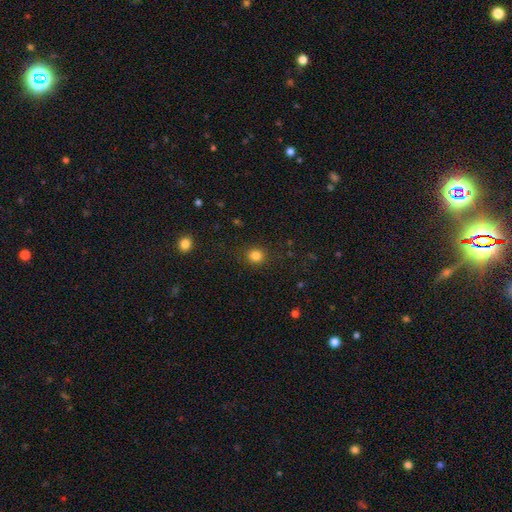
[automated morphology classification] smooth 83%, star or artifact 12%, featured or disk 4%. Down the decision tree: how rounded — round (85%); merging — none (88%).